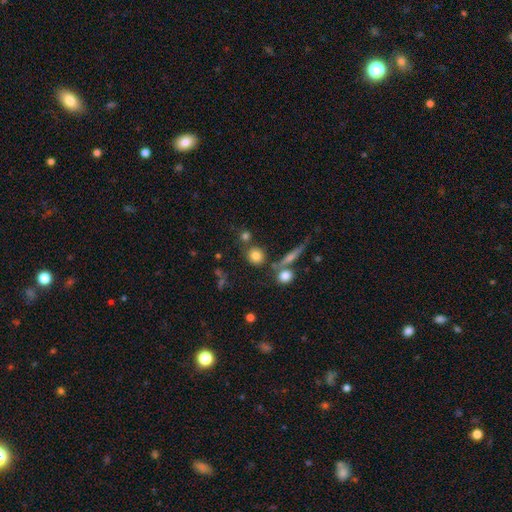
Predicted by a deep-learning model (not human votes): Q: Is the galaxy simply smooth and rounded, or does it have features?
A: smooth — 78%.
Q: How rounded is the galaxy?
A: round — 84%.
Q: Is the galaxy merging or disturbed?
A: none — 72%.